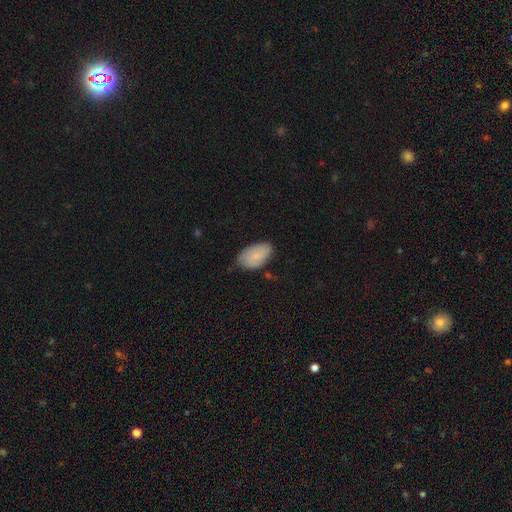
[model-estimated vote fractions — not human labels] This is likely a smooth galaxy (73%). How rounded: clearly in between (94%). Merging: likely none (68%).